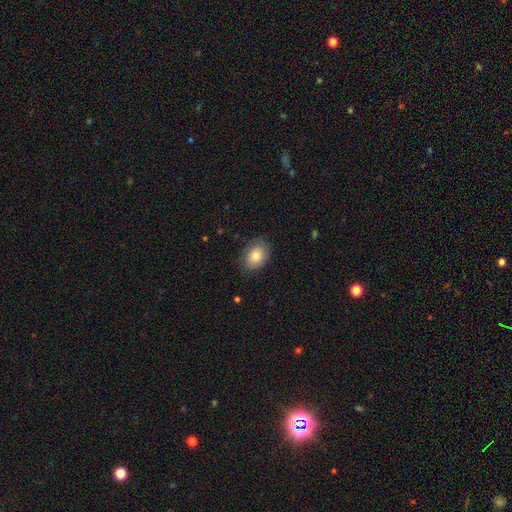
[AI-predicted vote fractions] A smooth galaxy with no disk features (76%) that is in between round and cigar-shaped (69%).

Vote fractions:
- Smooth or featured? smooth: 76% / featured or disk: 17% / star or artifact: 8%
- How rounded? in between: 69% / round: 30% / cigar-shaped: 1%
- Merging? none: 78% / minor disturbance: 17% / major disturbance: 4% / merger: 1%